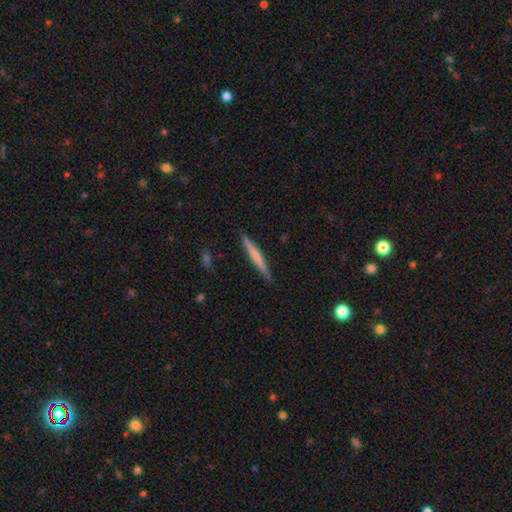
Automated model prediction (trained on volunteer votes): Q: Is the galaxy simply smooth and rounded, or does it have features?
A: smooth — 52%.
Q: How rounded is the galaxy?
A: cigar-shaped — 96%.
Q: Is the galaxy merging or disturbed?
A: none — 90%.